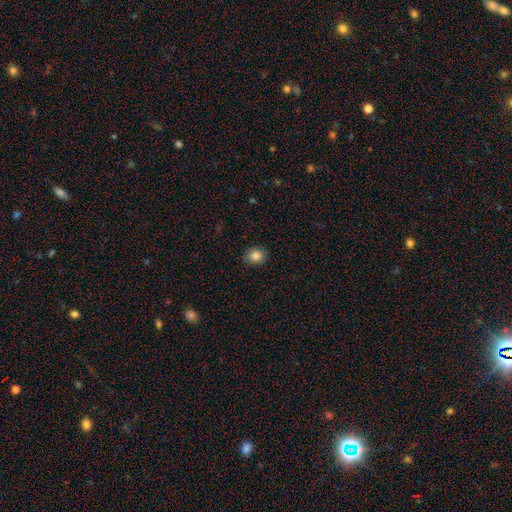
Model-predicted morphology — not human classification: Smooth or featured? Predicted: smooth (p=0.84). How rounded? Predicted: round (p=0.69). Merging? Predicted: none (p=0.89).